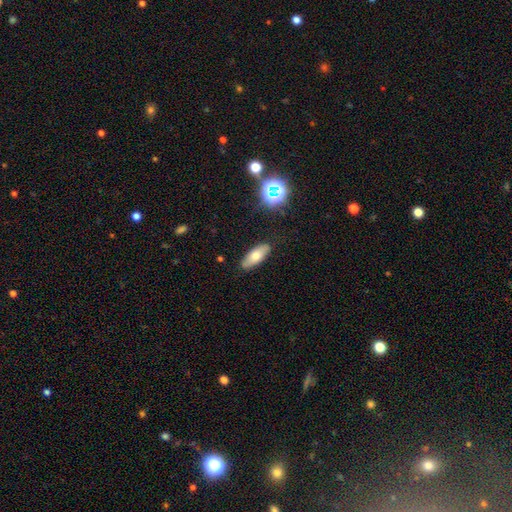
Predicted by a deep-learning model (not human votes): smooth-or-featured: smooth: 69% | featured or disk: 22% | star or artifact: 9%
  how-rounded: in between: 74% | cigar-shaped: 23% | round: 3%
  merging: none: 85% | minor disturbance: 11% | major disturbance: 2% | merger: 1%